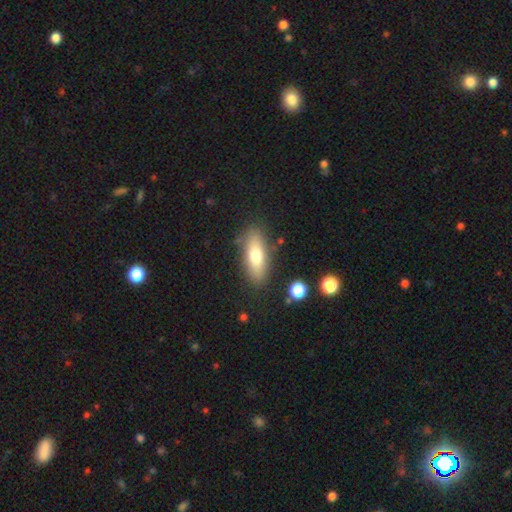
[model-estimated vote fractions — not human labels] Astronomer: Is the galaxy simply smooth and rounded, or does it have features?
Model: smooth — 71%.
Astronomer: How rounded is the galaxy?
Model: in between — 66%.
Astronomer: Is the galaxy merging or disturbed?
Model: none — 82%.